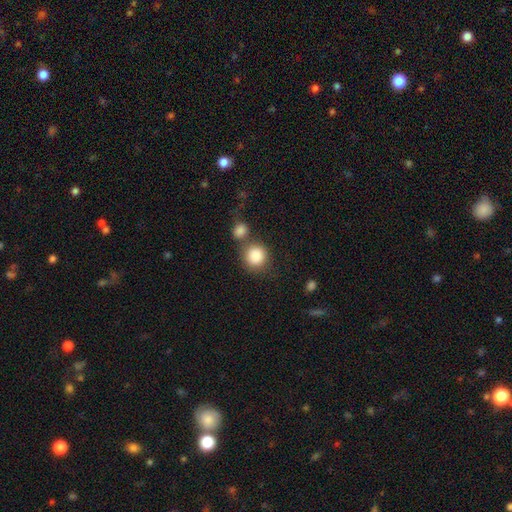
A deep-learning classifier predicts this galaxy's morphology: A smooth galaxy with no disk features (87%) that is round (89%).

Vote fractions:
- Smooth or featured? smooth: 87% / star or artifact: 8% / featured or disk: 5%
- How rounded? round: 89% / in between: 10% / cigar-shaped: 1%
- Merging? none: 58% / merger: 27% / minor disturbance: 11% / major disturbance: 5%